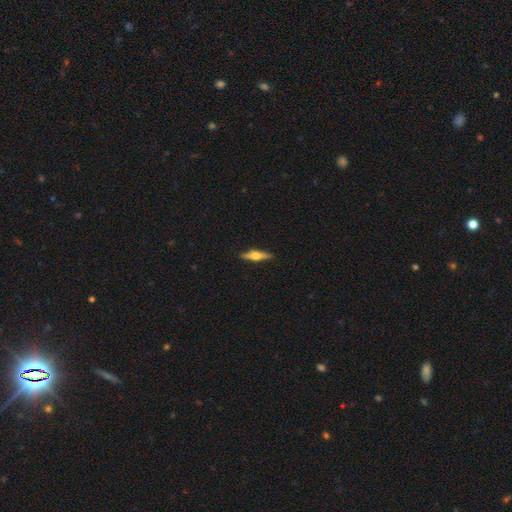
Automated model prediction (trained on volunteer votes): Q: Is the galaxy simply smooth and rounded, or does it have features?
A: featured or disk — 70%.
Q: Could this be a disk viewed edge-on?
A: yes — 97%.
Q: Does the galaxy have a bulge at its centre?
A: rounded — 94%.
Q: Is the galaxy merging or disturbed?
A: none — 90%.